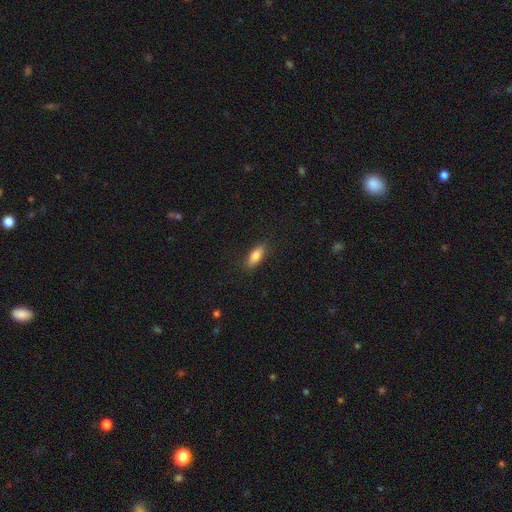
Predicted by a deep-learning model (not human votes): This appears to be a smooth galaxy with no disk features (82%) that is in between round and cigar-shaped (78%). Merging: none (85%).